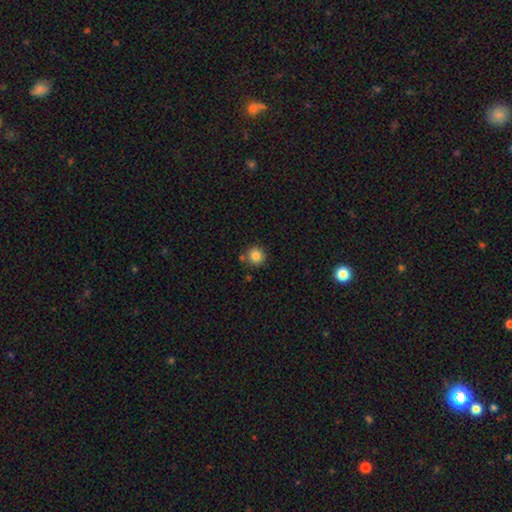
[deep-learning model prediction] The model was most divided on "merging": none: 79%, minor disturbance: 11%, merger: 8%, major disturbance: 3%. More confident: how rounded — round (92%); smooth or featured — smooth (83%).